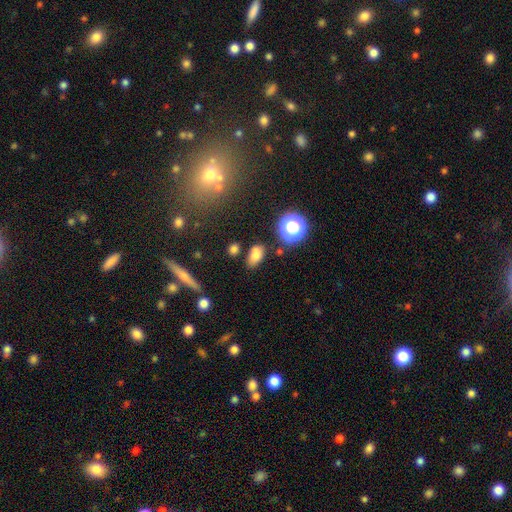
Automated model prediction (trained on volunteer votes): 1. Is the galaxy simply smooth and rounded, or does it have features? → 77% smooth, 15% star or artifact, 8% featured or disk.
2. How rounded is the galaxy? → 86% in between, 11% round, 3% cigar-shaped.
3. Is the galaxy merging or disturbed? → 69% none, 17% minor disturbance, 9% merger, 5% major disturbance.